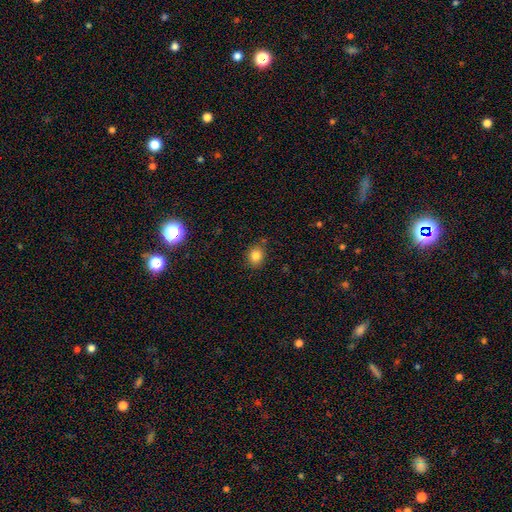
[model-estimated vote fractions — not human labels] Q: Smooth or featured?
A: smooth (83%); runner-up: star or artifact (12%)
Q: How rounded?
A: round (65%); runner-up: in between (34%)
Q: Merging?
A: none (81%); runner-up: minor disturbance (13%)